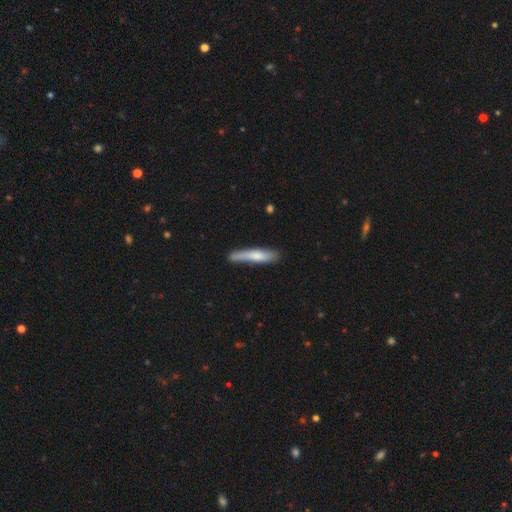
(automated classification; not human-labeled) smooth_or_featured: smooth (p=0.68) [alt: featured or disk p=0.27]
how_rounded: cigar-shaped (p=0.90) [alt: in between p=0.09]
merging: none (p=0.66) [alt: minor disturbance p=0.25]